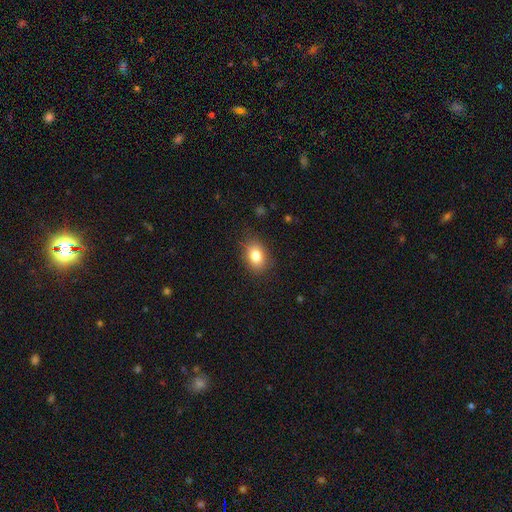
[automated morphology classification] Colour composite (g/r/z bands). It shows a smooth galaxy with no disk features (82%) that is in between round and cigar-shaped (75%). Merging: none (83%).